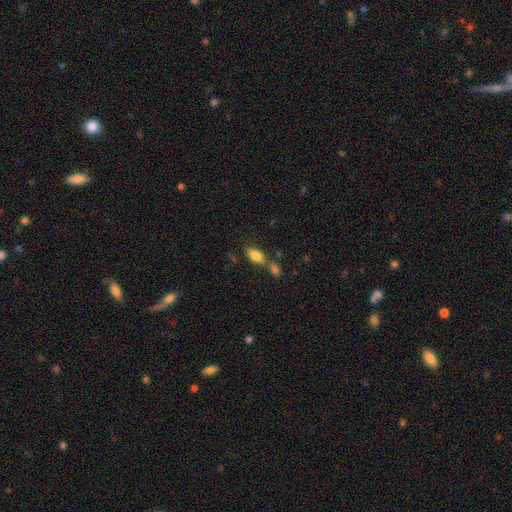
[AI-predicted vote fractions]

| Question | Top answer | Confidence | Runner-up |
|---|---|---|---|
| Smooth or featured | smooth | 81% | featured or disk (11%) |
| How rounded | in between | 87% | cigar-shaped (9%) |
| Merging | none | 49% | merger (35%) |